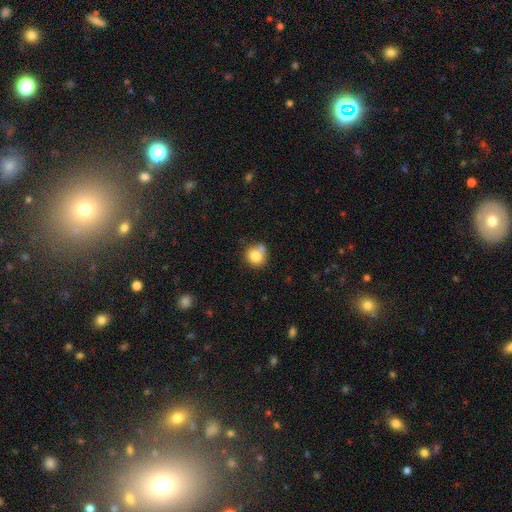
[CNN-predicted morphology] smooth 81%, star or artifact 10%, featured or disk 9%. Down the decision tree: how rounded — round (84%); merging — none (53%).